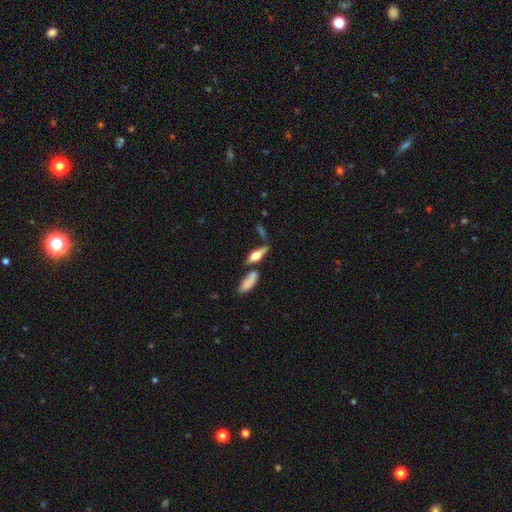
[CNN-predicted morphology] A featured or disk galaxy (58%) viewed edge-on (93%) with a rounded central bulge (92%). Merging: none (65%).